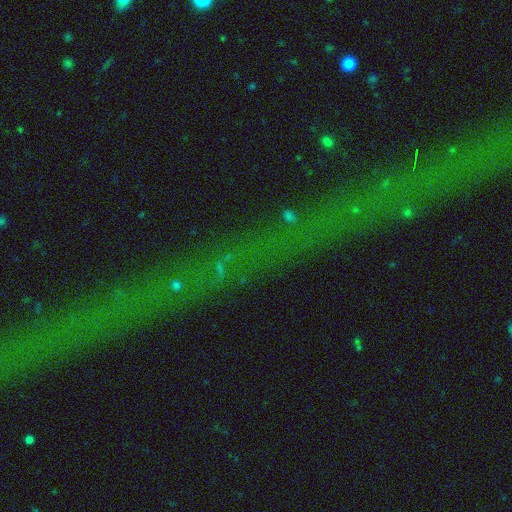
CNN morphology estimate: Q: Smooth or featured?
A: star or artifact (65%); runner-up: featured or disk (20%)